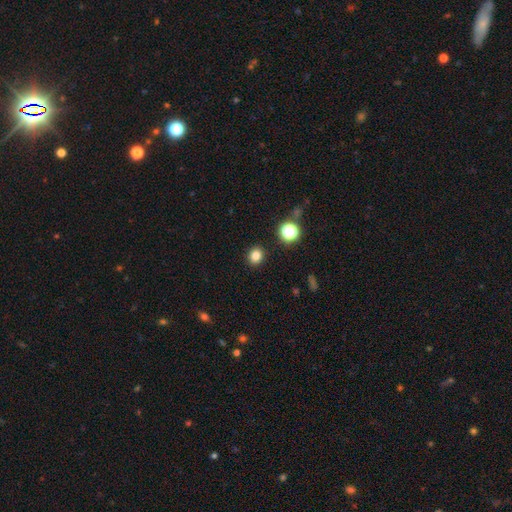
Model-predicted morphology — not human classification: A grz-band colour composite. It shows a smooth galaxy with no disk features (81%) that is round (72%). Merging: none (90%).